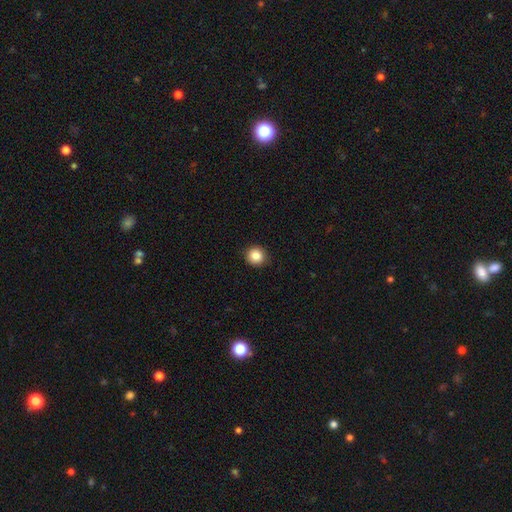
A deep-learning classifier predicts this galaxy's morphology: This is clearly a smooth galaxy (85%). How rounded: clearly round (92%). Merging: clearly none (92%).